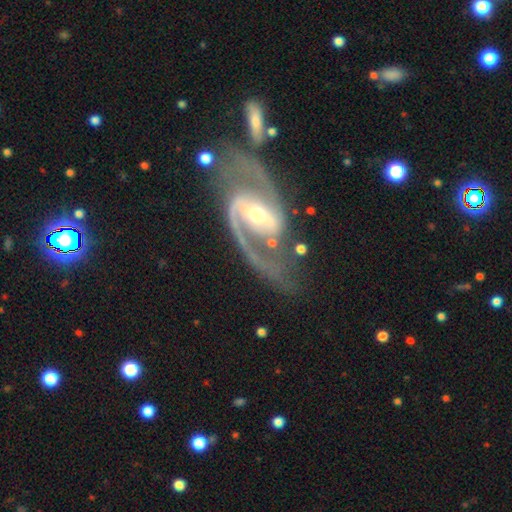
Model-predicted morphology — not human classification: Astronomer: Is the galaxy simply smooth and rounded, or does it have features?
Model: featured or disk — 92%.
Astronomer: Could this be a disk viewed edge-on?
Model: no — 97%.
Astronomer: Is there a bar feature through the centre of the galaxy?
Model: weak — 42% (runner-up: strong, 33%).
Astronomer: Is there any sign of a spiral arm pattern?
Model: yes — 98%.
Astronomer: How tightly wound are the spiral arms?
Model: medium — 56%.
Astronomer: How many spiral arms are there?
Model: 2 — 90%.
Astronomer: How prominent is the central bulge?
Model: moderate — 47%, tied with small at 47%.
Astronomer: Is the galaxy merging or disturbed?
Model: none — 65%.